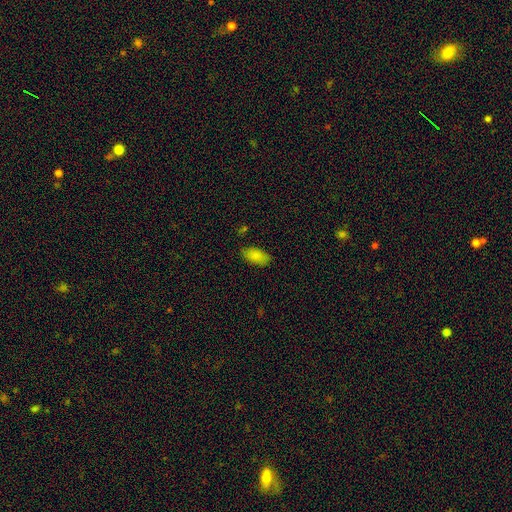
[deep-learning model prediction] smooth-or-featured: smooth: 86% | star or artifact: 8% | featured or disk: 6%
  how-rounded: in between: 92% | cigar-shaped: 5% | round: 3%
  merging: none: 82% | minor disturbance: 13% | major disturbance: 3% | merger: 2%